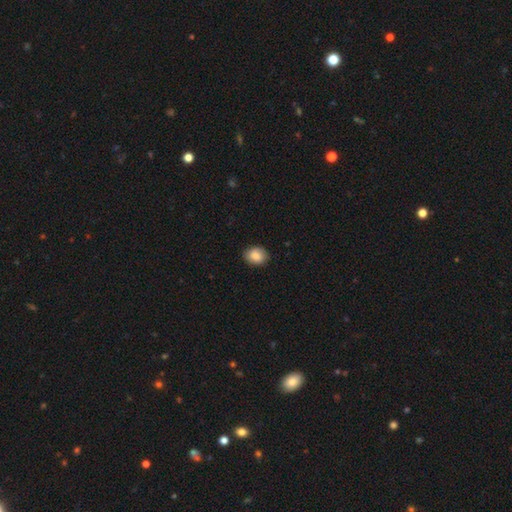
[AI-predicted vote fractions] A smooth galaxy with no disk features (85%) that is in between round and cigar-shaped (56%).

Vote fractions:
- Smooth or featured? smooth: 85% / featured or disk: 8% / star or artifact: 7%
- How rounded? in between: 56% / round: 43% / cigar-shaped: 1%
- Merging? none: 84% / minor disturbance: 13% / major disturbance: 2% / merger: 1%